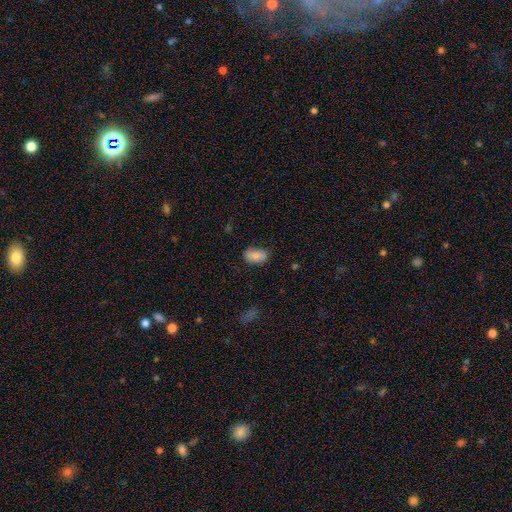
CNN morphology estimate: Smooth or featured? Predicted: smooth (p=0.78). How rounded? Predicted: in between (p=0.90). Merging? Predicted: none (p=0.76).